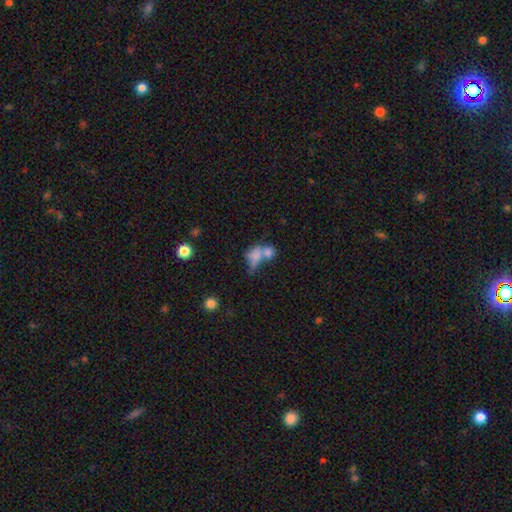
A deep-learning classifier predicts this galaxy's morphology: This appears to be a smooth galaxy with no disk features (65%) that is in between round and cigar-shaped (72%). Merging: merger (60%).